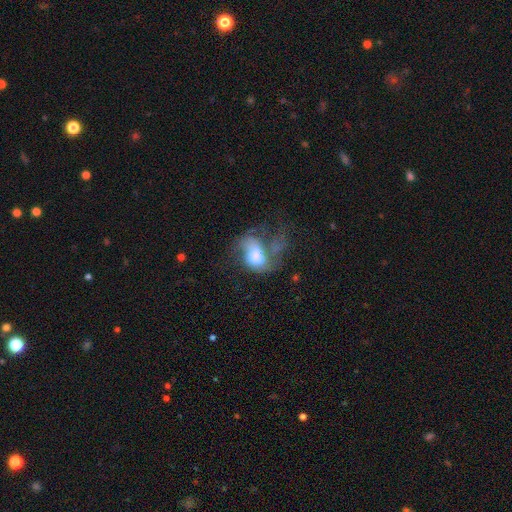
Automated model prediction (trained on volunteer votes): A featured or disk galaxy (58%) with no bar (63%), spiral arms (64%) and a moderate central bulge (44%). Merging: major disturbance (44%).